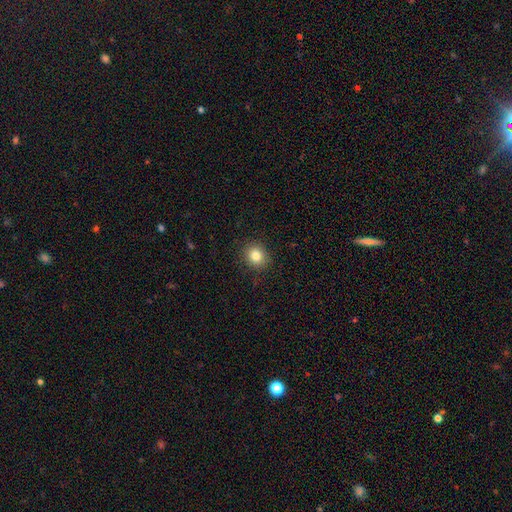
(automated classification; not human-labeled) Q: Smooth or featured?
A: smooth (83%); runner-up: star or artifact (11%)
Q: How rounded?
A: round (77%); runner-up: in between (22%)
Q: Merging?
A: none (89%); runner-up: minor disturbance (7%)